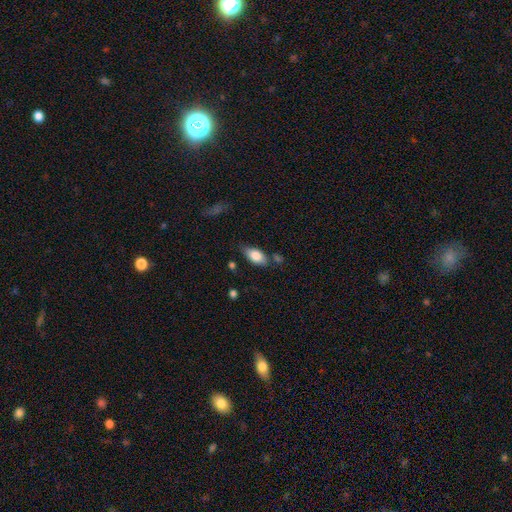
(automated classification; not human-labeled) This is likely a smooth galaxy (80%). How rounded: clearly in between (89%). Merging: likely none (68%).